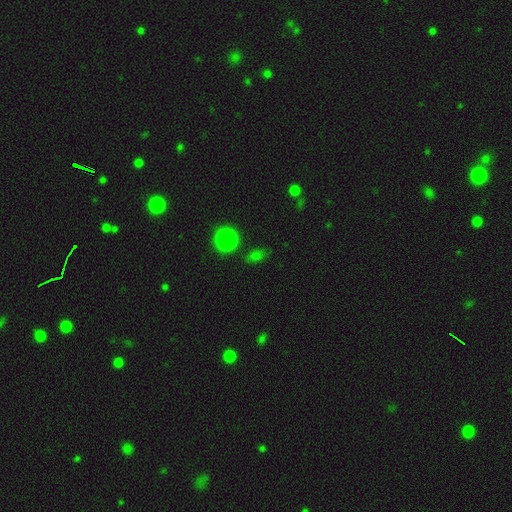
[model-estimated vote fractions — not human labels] This is likely a smooth galaxy (61%). How rounded: likely round (69%). Merging: clearly none (84%).